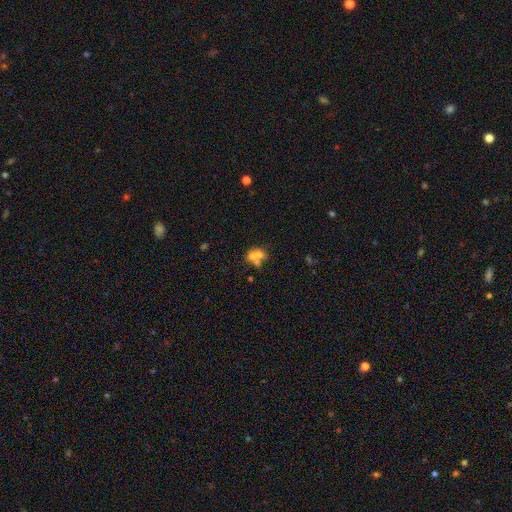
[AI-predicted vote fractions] Overall: smooth (55%; featured or disk 30%). How rounded: round (60%; in between 38%). Merging: merger (60%; none 27%).